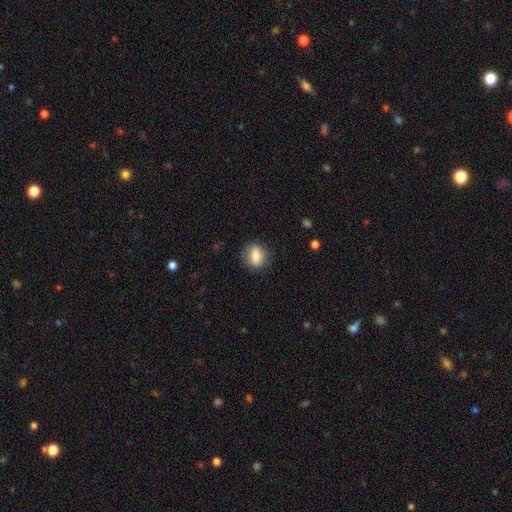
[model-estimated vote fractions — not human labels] Smooth or featured? smooth (80%)
How rounded? in between (52%)
Merging? none (81%)